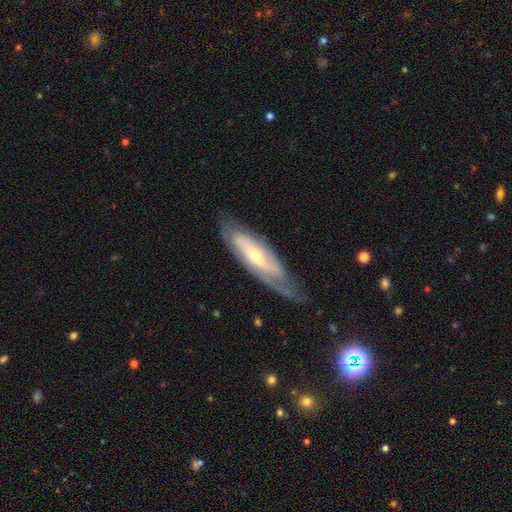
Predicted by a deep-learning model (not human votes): Q: Smooth or featured?
A: featured or disk (72%); runner-up: smooth (22%)
Q: Edge-on disk?
A: no (75%); runner-up: yes (25%)
Q: Bar?
A: no (44%); runner-up: weak (33%)
Q: Spiral arms?
A: yes (79%); runner-up: no (21%)
Q: Bulge size?
A: small (64%); runner-up: moderate (32%)
Q: Merging?
A: none (62%); runner-up: minor disturbance (25%)